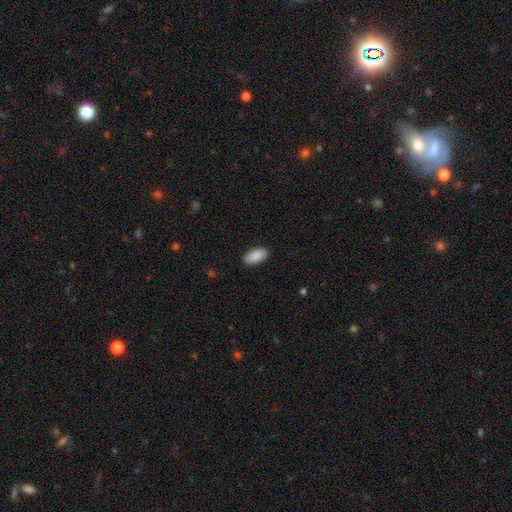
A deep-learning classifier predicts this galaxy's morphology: The model was most divided on "merging": none: 89%, minor disturbance: 8%, major disturbance: 2%, merger: 1%. More confident: how rounded — in between (92%); smooth or featured — smooth (90%).